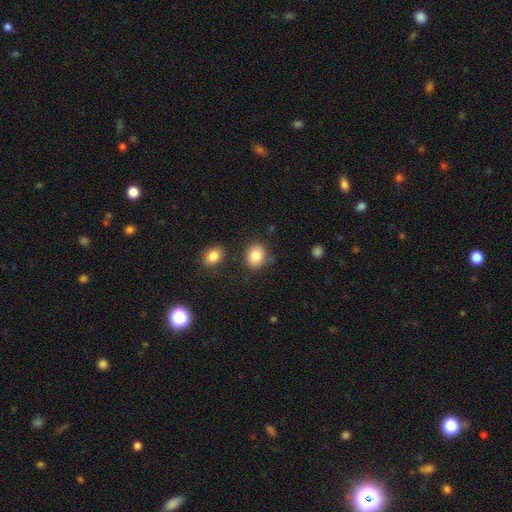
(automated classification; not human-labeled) A smooth galaxy with no disk features (84%) that is round (53%). Merging: none (78%).